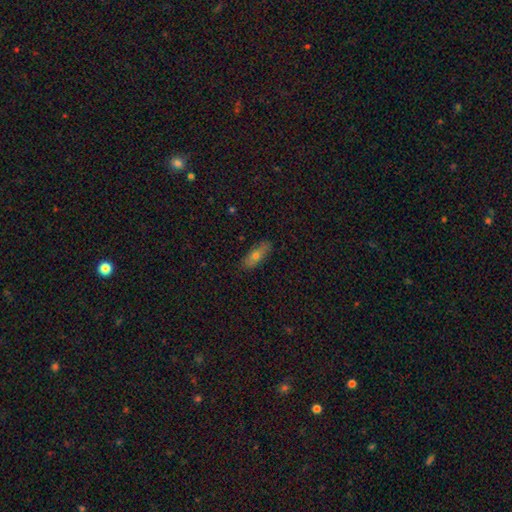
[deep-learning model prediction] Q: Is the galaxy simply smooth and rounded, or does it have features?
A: smooth — 63%.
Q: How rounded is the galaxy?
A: in between — 60%.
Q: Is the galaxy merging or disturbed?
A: none — 86%.